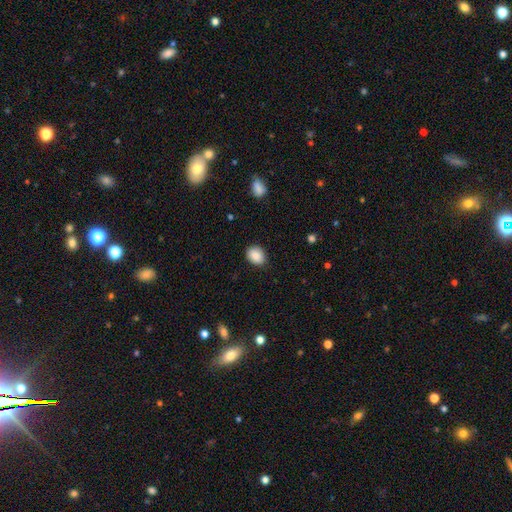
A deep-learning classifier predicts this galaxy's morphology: type=smooth (88%); roundness=in between (55%); merging=none (87%).